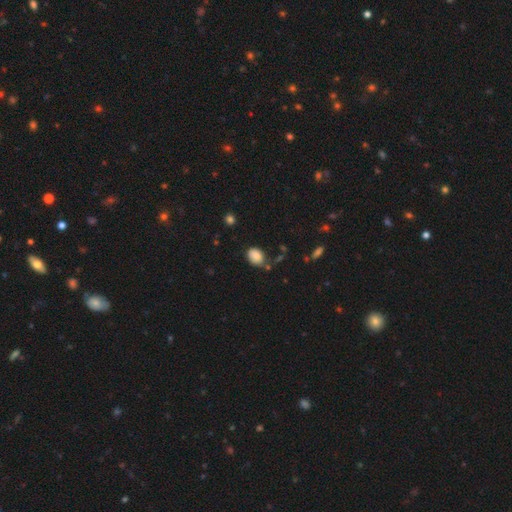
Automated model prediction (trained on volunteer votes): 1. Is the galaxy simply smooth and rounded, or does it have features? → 83% smooth, 9% star or artifact, 8% featured or disk.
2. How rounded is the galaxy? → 66% in between, 33% round, 1% cigar-shaped.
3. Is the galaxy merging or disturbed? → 65% none, 23% minor disturbance, 7% merger, 6% major disturbance.